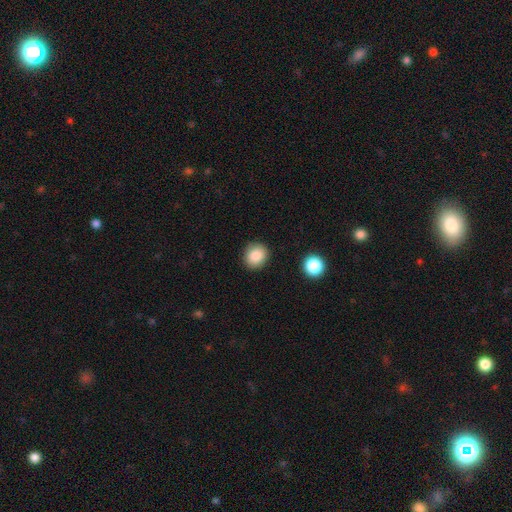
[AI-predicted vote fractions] Overall: smooth (86%). How rounded: round (78%). Merging: none (88%).